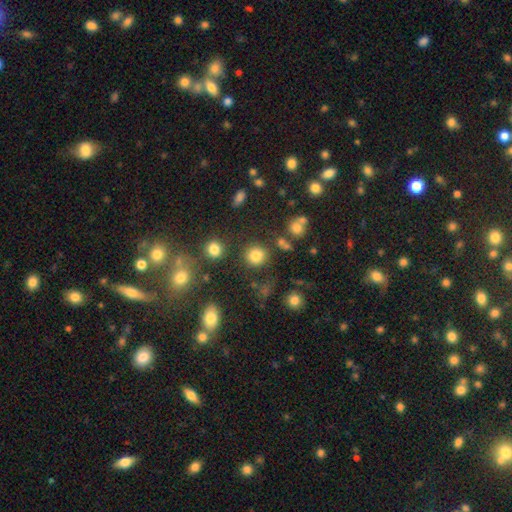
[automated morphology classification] smooth-or-featured: smooth: 80% | star or artifact: 13% | featured or disk: 6%
  how-rounded: round: 87% | in between: 12% | cigar-shaped: 1%
  merging: none: 82% | minor disturbance: 9% | merger: 5% | major disturbance: 4%